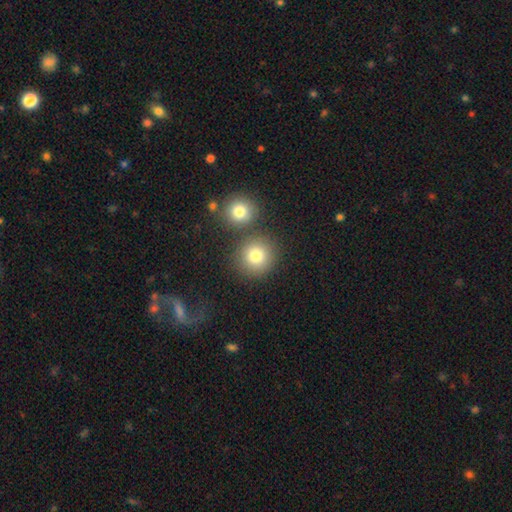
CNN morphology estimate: smooth 80%, star or artifact 12%, featured or disk 8%. Down the decision tree: how rounded — round (91%); merging — none (74%).